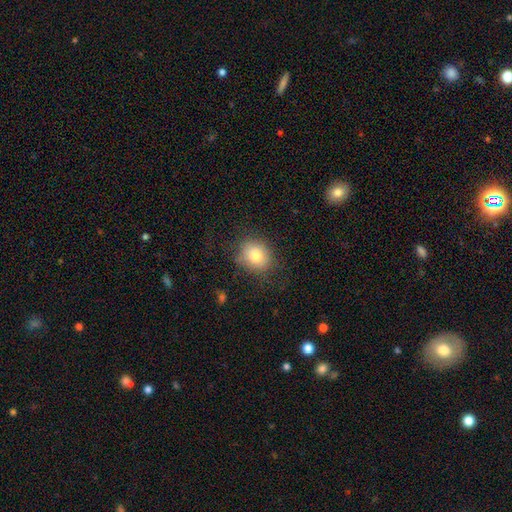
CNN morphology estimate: smooth-or-featured: smooth: 79% | featured or disk: 11% | star or artifact: 10%
  how-rounded: round: 72% | in between: 28% | cigar-shaped: 1%
  merging: none: 77% | minor disturbance: 16% | major disturbance: 6% | merger: 1%